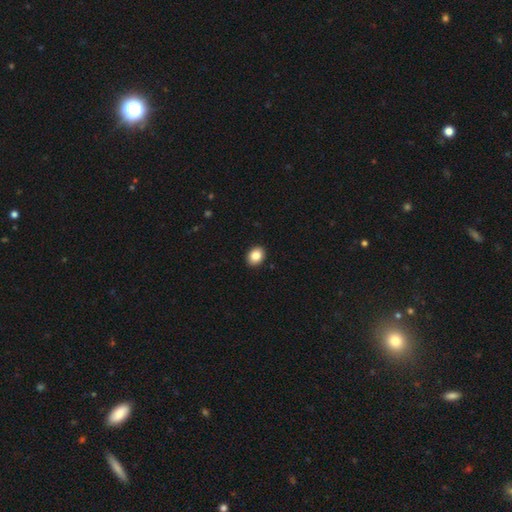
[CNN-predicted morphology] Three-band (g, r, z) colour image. It shows a smooth galaxy with no disk features (85%) that is in between round and cigar-shaped (59%). Merging: none (92%).